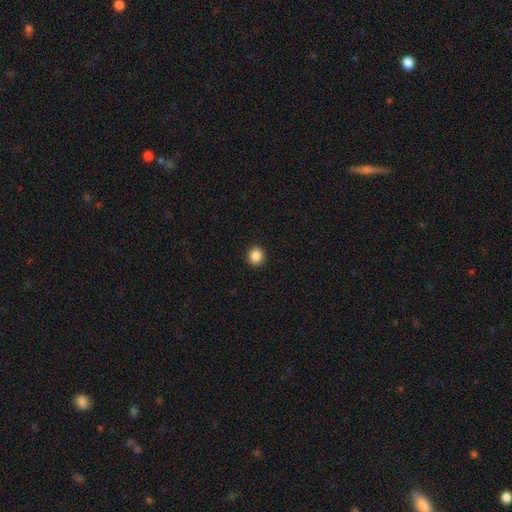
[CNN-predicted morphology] smooth_or_featured: smooth (p=0.87) [alt: star or artifact p=0.10]
how_rounded: round (p=0.85) [alt: in between p=0.14]
merging: none (p=0.92) [alt: minor disturbance p=0.05]